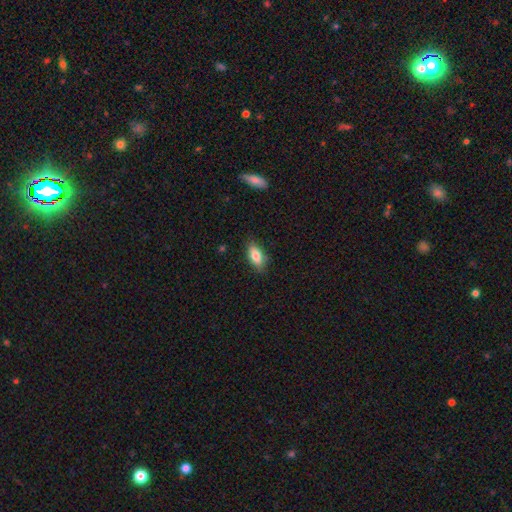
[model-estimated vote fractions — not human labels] Q: Smooth or featured?
A: smooth (82%); runner-up: featured or disk (11%)
Q: How rounded?
A: in between (86%); runner-up: cigar-shaped (11%)
Q: Merging?
A: none (82%); runner-up: minor disturbance (14%)